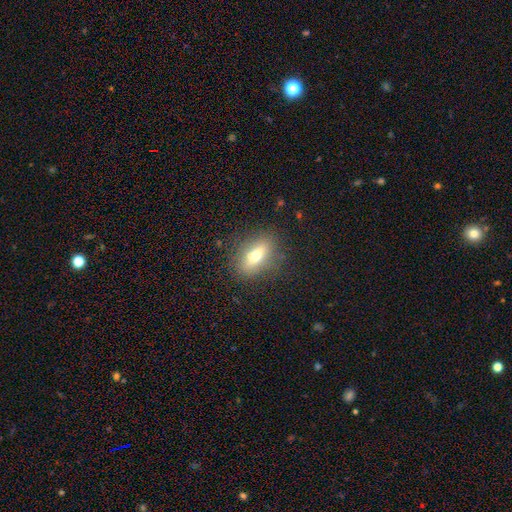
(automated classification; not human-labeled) Q: Smooth or featured?
A: smooth (56%); runner-up: featured or disk (33%)
Q: How rounded?
A: in between (68%); runner-up: round (19%)
Q: Merging?
A: none (78%); runner-up: minor disturbance (12%)